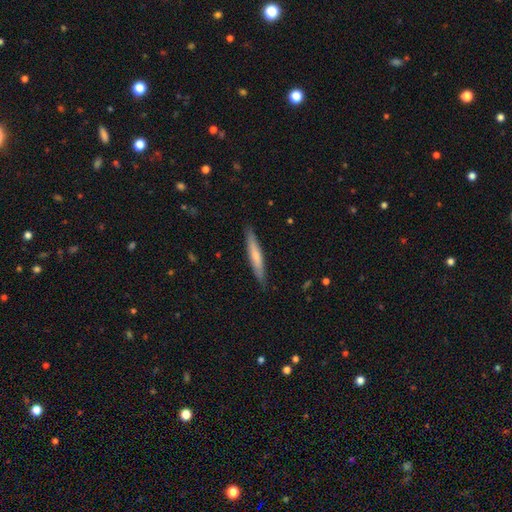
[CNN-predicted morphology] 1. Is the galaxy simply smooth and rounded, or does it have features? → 63% smooth, 32% featured or disk, 5% star or artifact.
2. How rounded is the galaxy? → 93% cigar-shaped, 6% in between, 1% round.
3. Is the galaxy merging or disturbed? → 88% none, 10% minor disturbance, 2% major disturbance, 1% merger.